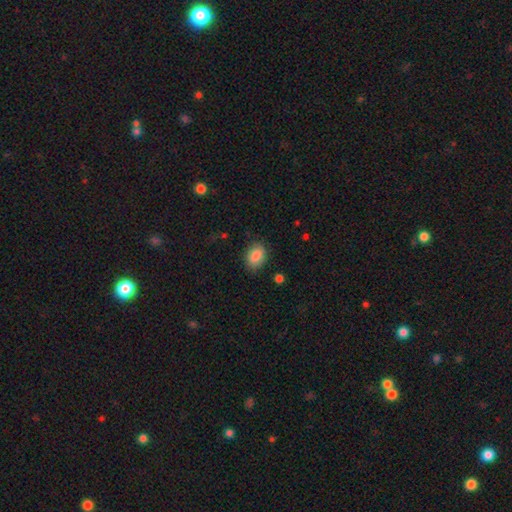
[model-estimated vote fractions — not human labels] smooth 86%, star or artifact 8%, featured or disk 6%. Down the decision tree: how rounded — in between (79%); merging — none (83%).